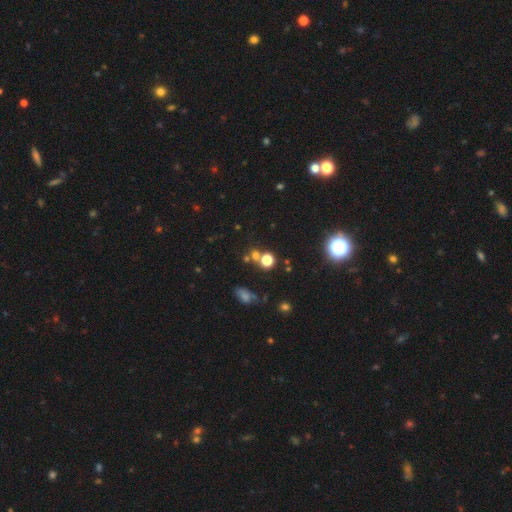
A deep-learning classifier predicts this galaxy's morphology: Smooth or featured? smooth (56%)
How rounded? round (85%)
Merging? none (63%)